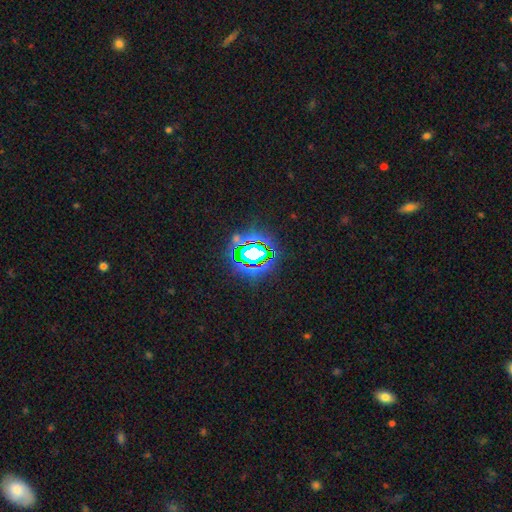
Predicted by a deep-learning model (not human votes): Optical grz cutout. It shows a star or artifact, not a galaxy (72%).